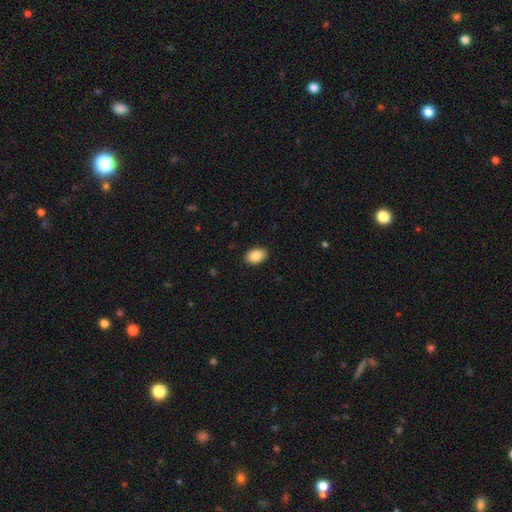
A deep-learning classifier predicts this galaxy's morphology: A smooth galaxy with no disk features (88%) that is in between round and cigar-shaped (87%). Merging: none (90%).